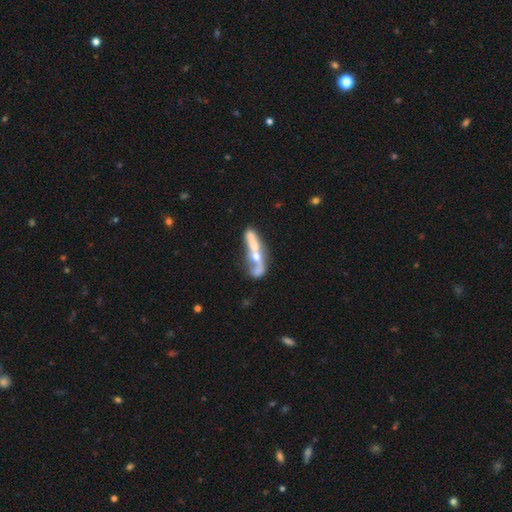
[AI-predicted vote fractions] A featured or disk galaxy (55%).

Vote fractions:
- Smooth or featured? featured or disk: 55% / smooth: 37% / star or artifact: 8%
- Edge-on disk? no: 78% / yes: 22%
- Merging? merger: 62% / none: 16% / major disturbance: 14% / minor disturbance: 9%